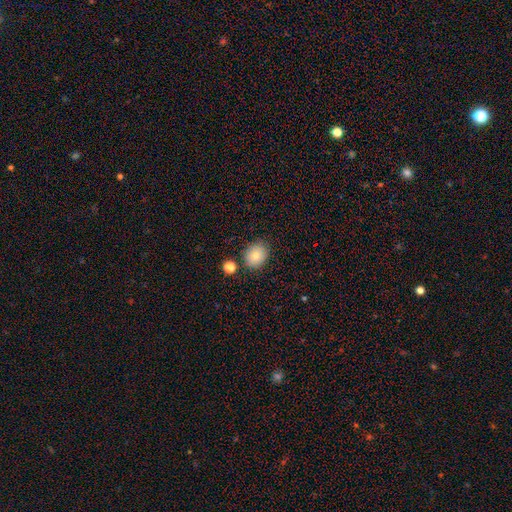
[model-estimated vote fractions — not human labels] Morphology: type=smooth (80%); roundness=round (52%); merging=none (83%).